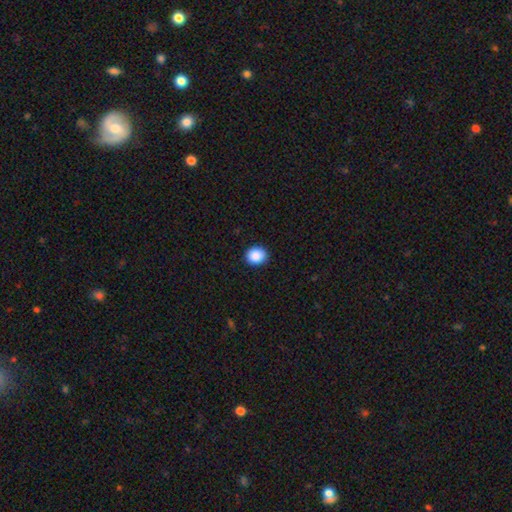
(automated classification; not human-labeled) Overall: smooth (89%). How rounded: round (70%). Merging: none (90%).